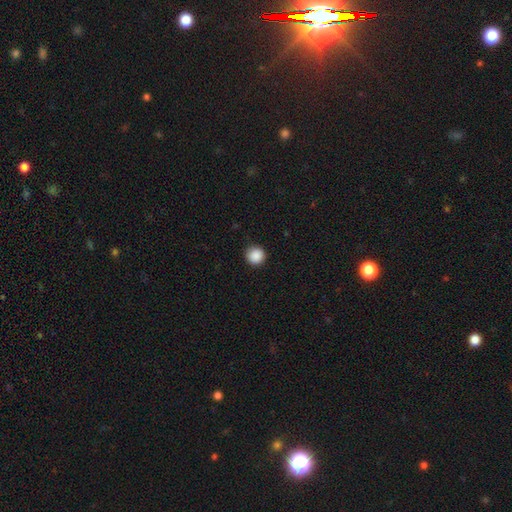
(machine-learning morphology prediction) A smooth galaxy with no disk features (89%) that is round (95%). Merging: none (90%).